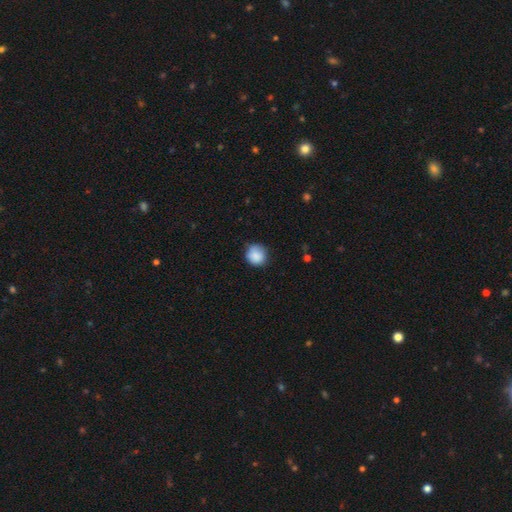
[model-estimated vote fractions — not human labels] Smooth or featured?
  - smooth: 87% *
  - star or artifact: 8%
  - featured or disk: 5%
How rounded?
  - round: 88% *
  - in between: 11%
  - cigar-shaped: 1%
Merging?
  - none: 76% *
  - minor disturbance: 19%
  - major disturbance: 4%
  - merger: 1%